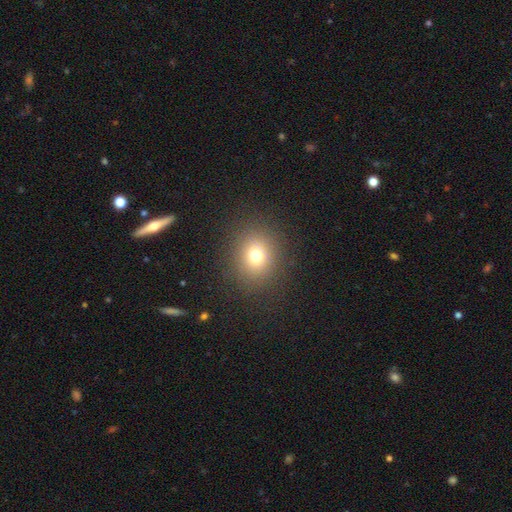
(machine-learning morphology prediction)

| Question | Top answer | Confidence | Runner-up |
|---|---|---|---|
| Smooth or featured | smooth | 72% | star or artifact (17%) |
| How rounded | round | 72% | in between (27%) |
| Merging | none | 87% | minor disturbance (8%) |